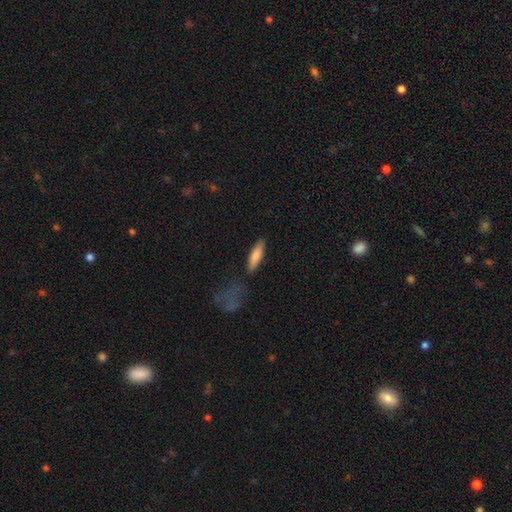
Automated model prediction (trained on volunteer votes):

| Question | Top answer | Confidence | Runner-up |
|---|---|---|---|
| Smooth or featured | smooth | 79% | featured or disk (15%) |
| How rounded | cigar-shaped | 62% | in between (36%) |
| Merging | none | 85% | minor disturbance (10%) |